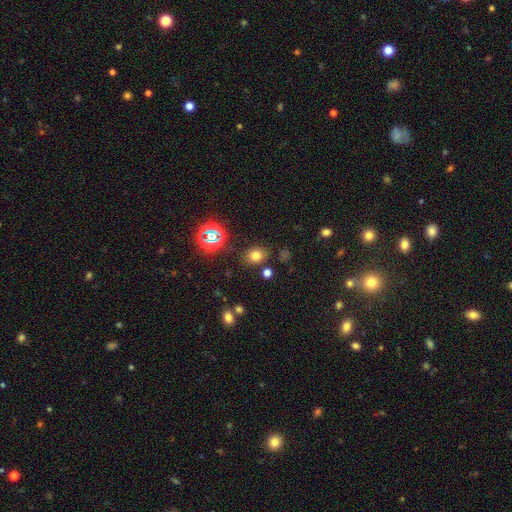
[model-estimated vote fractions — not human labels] Smooth or featured? smooth (70%)
How rounded? in between (52%)
Merging? none (81%)